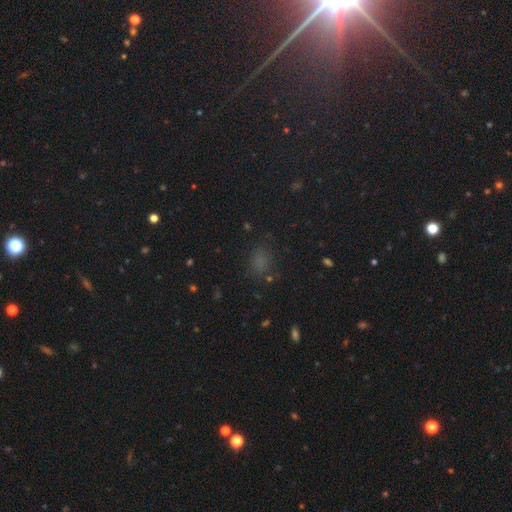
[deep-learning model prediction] Smooth or featured?
  - smooth: 57% *
  - star or artifact: 36%
  - featured or disk: 7%
How rounded?
  - in between: 56% *
  - round: 41%
  - cigar-shaped: 3%
Merging?
  - none: 77% *
  - minor disturbance: 14%
  - major disturbance: 6%
  - merger: 3%